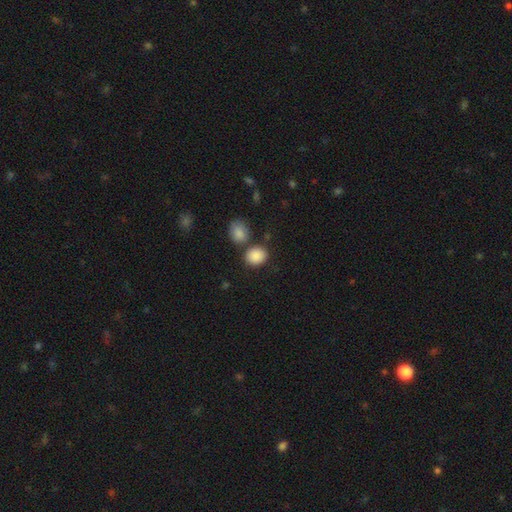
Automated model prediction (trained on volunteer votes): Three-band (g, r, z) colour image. It shows a smooth galaxy with no disk features (88%) that is round (52%). Merging: none (71%).